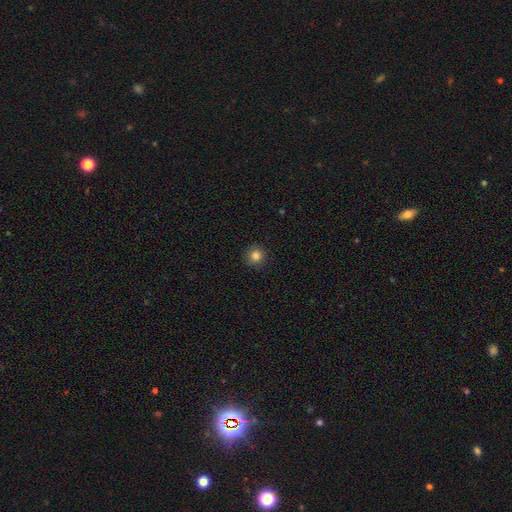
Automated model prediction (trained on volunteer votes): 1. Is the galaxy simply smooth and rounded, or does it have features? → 83% smooth, 12% star or artifact, 5% featured or disk.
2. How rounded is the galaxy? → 95% round, 4% in between, 1% cigar-shaped.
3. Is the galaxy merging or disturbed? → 92% none, 5% minor disturbance, 2% major disturbance, 1% merger.